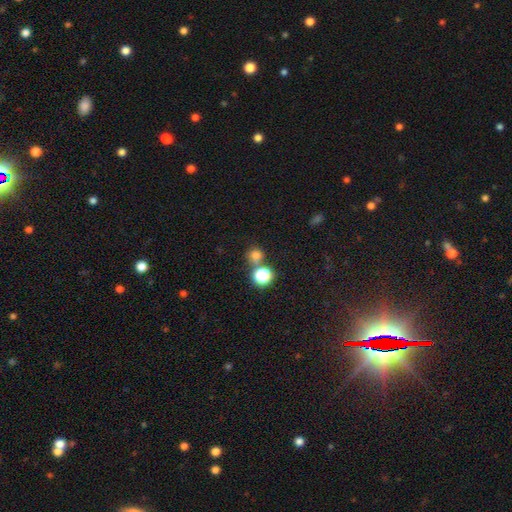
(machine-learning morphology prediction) This is likely a smooth galaxy (72%). How rounded: clearly round (88%). Merging: likely none (65%).